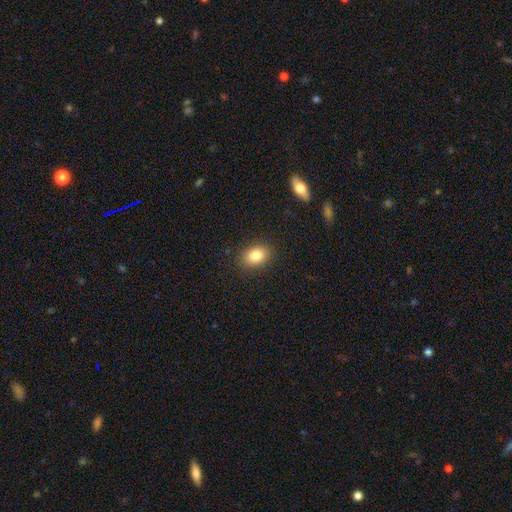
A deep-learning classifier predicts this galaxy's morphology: Smooth or featured? Predicted: smooth (p=0.83). How rounded? Predicted: in between (p=0.70). Merging? Predicted: none (p=0.88).